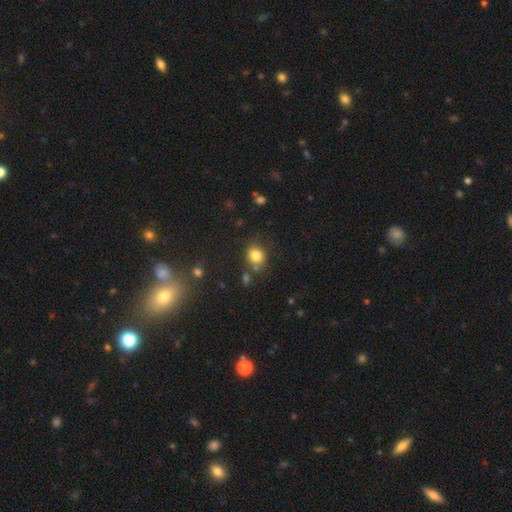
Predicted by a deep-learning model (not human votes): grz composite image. It shows a smooth galaxy with no disk features (81%) that is round (73%). Merging: none (72%).